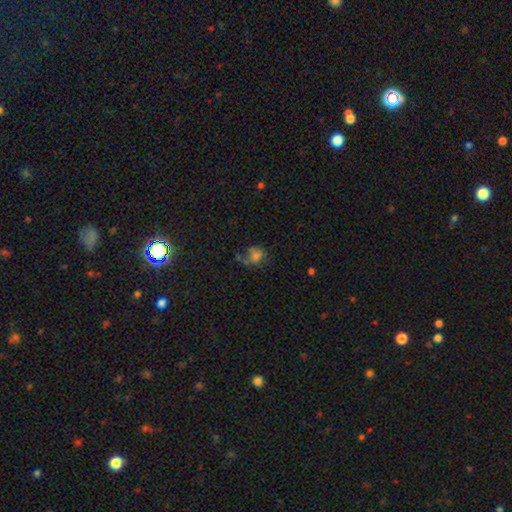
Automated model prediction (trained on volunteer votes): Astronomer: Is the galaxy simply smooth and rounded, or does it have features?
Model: smooth — 65%.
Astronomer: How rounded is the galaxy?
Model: round — 59% (runner-up: in between, 40%).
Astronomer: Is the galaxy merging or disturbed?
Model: none — 38% (runner-up: minor disturbance, 23%).